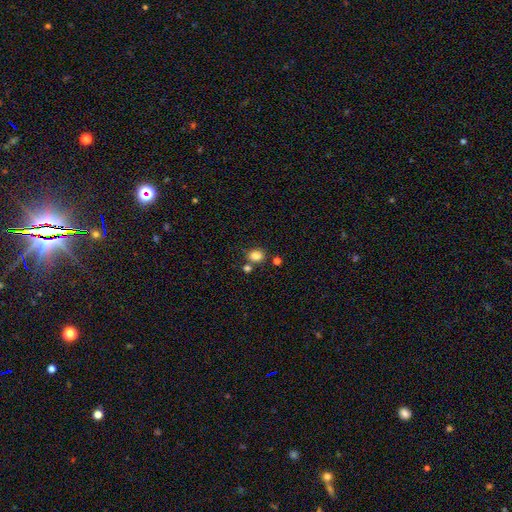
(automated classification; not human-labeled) smooth-or-featured: smooth: 84% | star or artifact: 12% | featured or disk: 5%
  how-rounded: round: 57% | in between: 43% | cigar-shaped: 1%
  merging: none: 71% | merger: 14% | minor disturbance: 11% | major disturbance: 4%